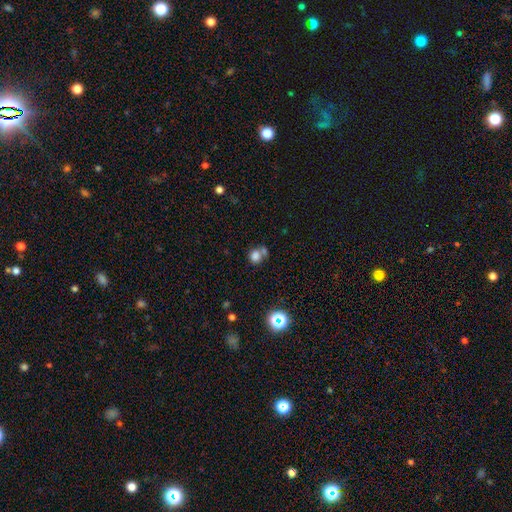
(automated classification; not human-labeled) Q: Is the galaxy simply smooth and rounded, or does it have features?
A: smooth — 76%.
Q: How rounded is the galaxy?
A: round — 77%.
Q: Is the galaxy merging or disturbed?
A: none — 46%.